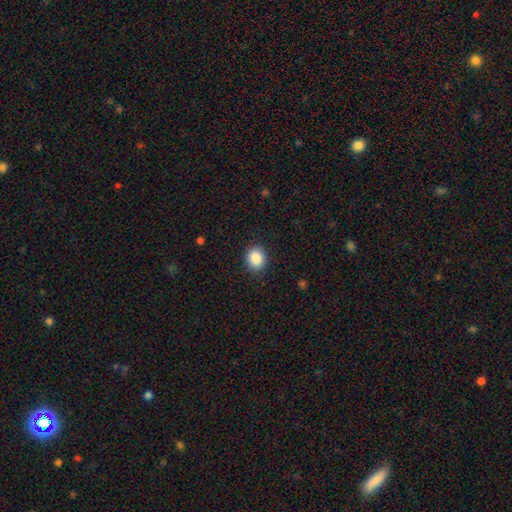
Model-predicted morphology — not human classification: The model was most divided on "how rounded": round: 62%, in between: 37%, cigar-shaped: 1%. More confident: smooth or featured — smooth (89%); merging — none (88%).